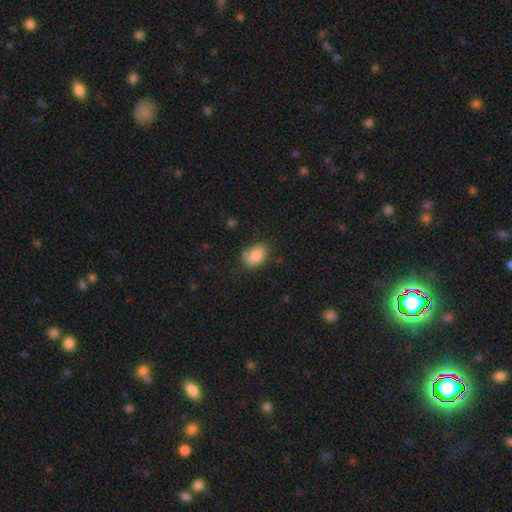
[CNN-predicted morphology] Q: Smooth or featured?
A: smooth (83%); runner-up: featured or disk (9%)
Q: How rounded?
A: in between (86%); runner-up: round (13%)
Q: Merging?
A: none (61%); runner-up: minor disturbance (29%)